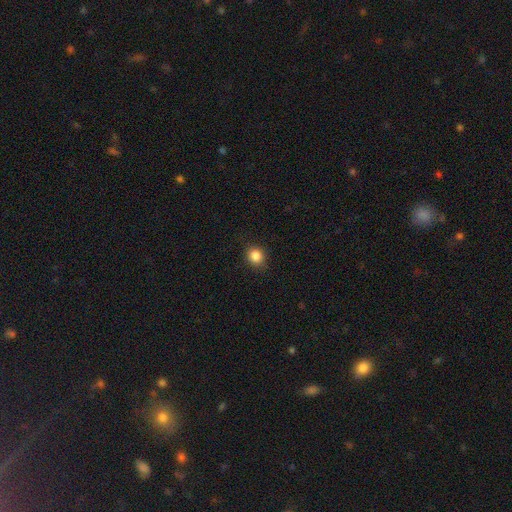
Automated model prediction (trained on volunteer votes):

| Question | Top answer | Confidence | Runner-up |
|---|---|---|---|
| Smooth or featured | smooth | 85% | star or artifact (11%) |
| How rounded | round | 80% | in between (19%) |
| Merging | none | 89% | minor disturbance (8%) |